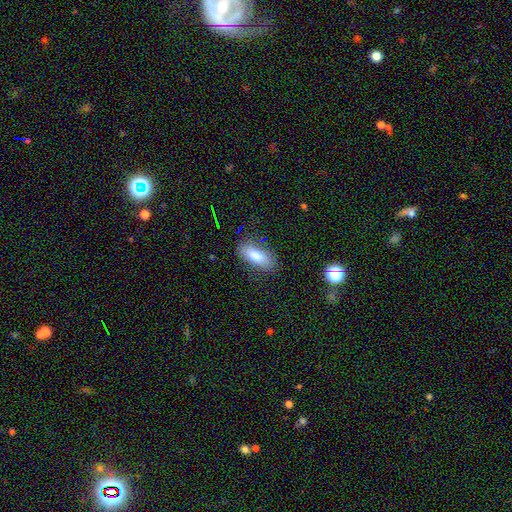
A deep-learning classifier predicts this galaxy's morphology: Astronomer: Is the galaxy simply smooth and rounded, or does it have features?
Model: smooth — 80%.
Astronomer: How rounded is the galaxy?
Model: in between — 77%.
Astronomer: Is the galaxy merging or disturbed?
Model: none — 82%.